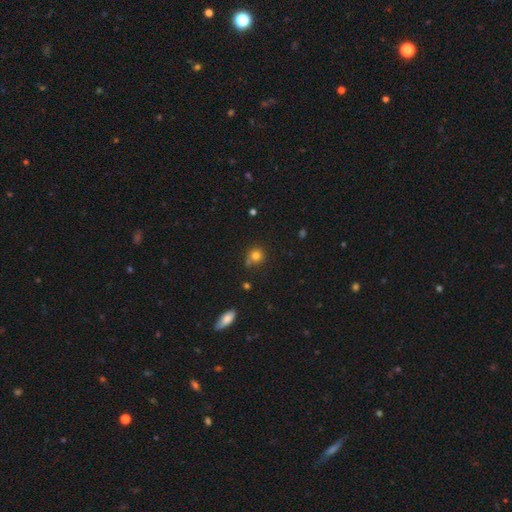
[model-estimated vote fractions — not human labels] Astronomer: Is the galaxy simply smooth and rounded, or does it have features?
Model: smooth — 79%.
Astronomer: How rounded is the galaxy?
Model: round — 86%.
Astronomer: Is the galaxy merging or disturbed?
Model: none — 61%.